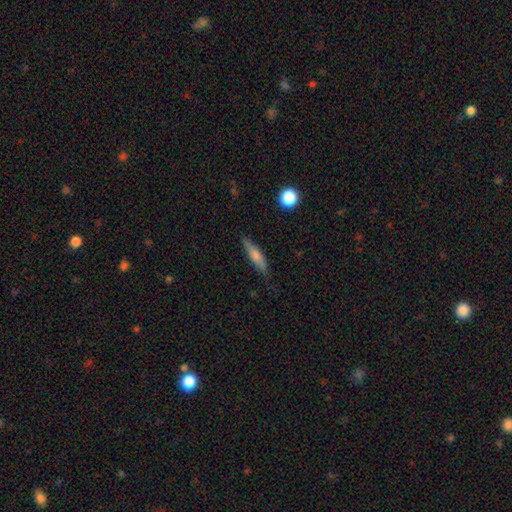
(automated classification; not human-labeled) Smooth or featured: smooth — 63% (featured or disk — 30%)
How rounded: cigar-shaped — 74% (in between — 24%)
Merging: none — 75% (minor disturbance — 19%)